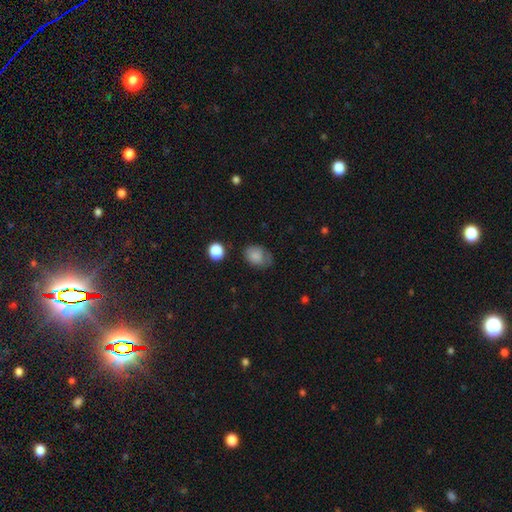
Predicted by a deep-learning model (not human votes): smooth 81%, star or artifact 10%, featured or disk 9%. Down the decision tree: how rounded — in between (62%); merging — none (53%).